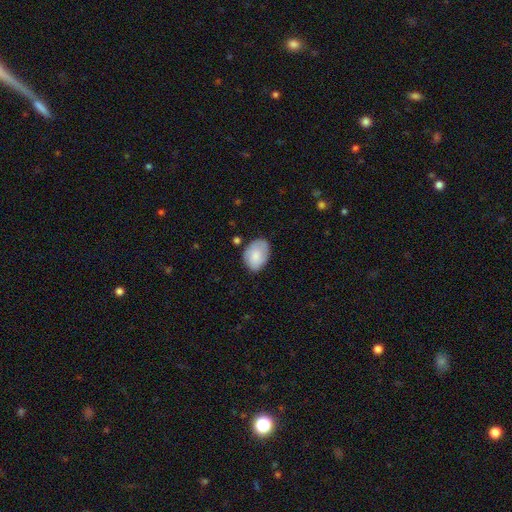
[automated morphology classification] smooth_or_featured: smooth (p=0.75) [alt: featured or disk p=0.18]
how_rounded: in between (p=0.82) [alt: round p=0.17]
merging: none (p=0.70) [alt: minor disturbance p=0.22]